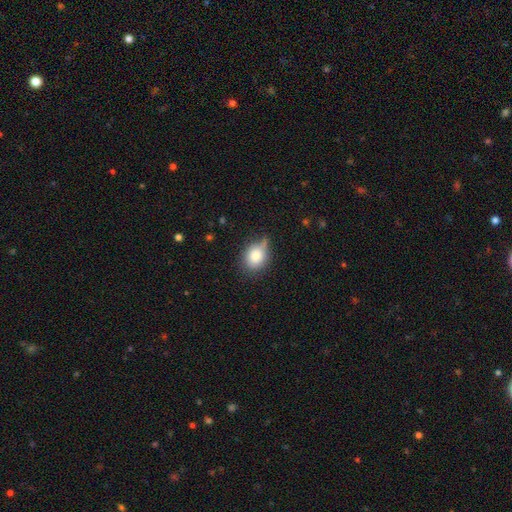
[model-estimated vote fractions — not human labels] Q: Smooth or featured?
A: smooth (80%); runner-up: featured or disk (10%)
Q: How rounded?
A: round (51%); runner-up: in between (48%)
Q: Merging?
A: none (53%); runner-up: minor disturbance (33%)